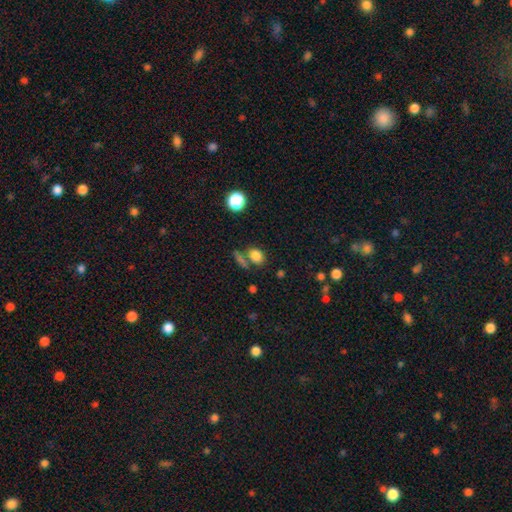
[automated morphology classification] smooth 81%, star or artifact 12%, featured or disk 6%. Down the decision tree: how rounded — in between (57%); merging — none (63%).